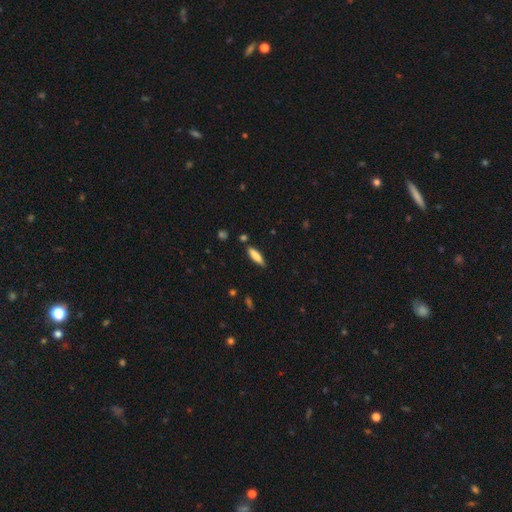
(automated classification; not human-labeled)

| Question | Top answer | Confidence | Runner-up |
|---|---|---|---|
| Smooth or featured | smooth | 81% | featured or disk (12%) |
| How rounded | cigar-shaped | 62% | in between (37%) |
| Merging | none | 82% | minor disturbance (13%) |